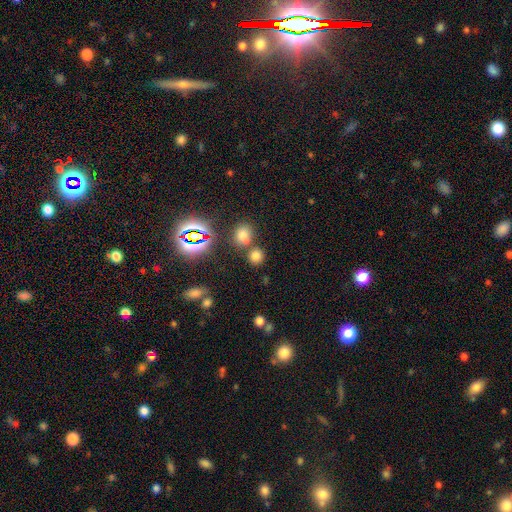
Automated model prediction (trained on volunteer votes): This appears to be a smooth galaxy with no disk features (71%) that is round (81%). Merging: none (67%).